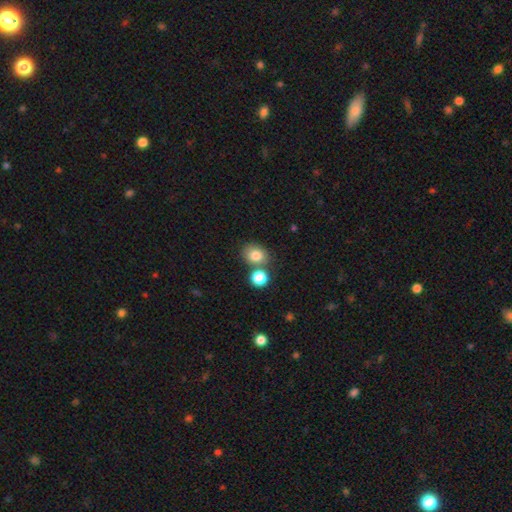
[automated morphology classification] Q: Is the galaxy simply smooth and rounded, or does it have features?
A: smooth — 81%.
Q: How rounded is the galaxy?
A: round — 50%.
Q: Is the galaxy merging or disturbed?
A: none — 62%.